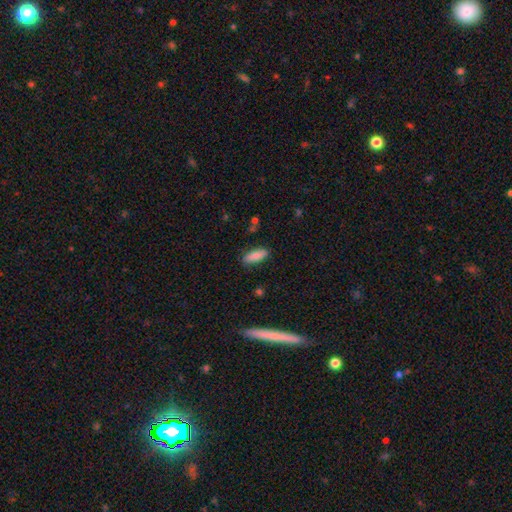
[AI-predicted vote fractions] A smooth galaxy with no disk features (78%) that is in between round and cigar-shaped (70%).

Vote fractions:
- Smooth or featured? smooth: 78% / featured or disk: 15% / star or artifact: 7%
- How rounded? in between: 70% / cigar-shaped: 28% / round: 2%
- Merging? none: 84% / minor disturbance: 12% / major disturbance: 2% / merger: 2%